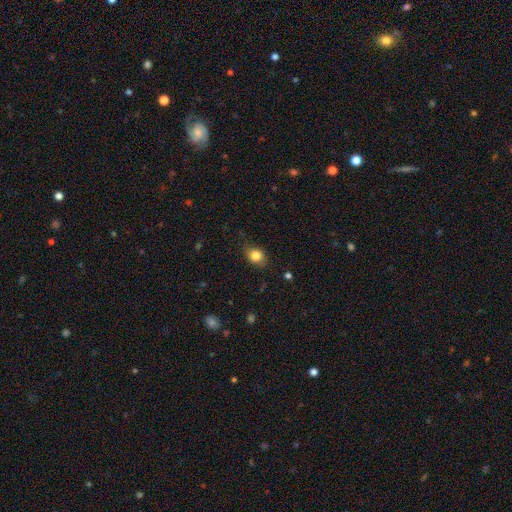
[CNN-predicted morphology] Smooth or featured?
  - smooth: 82% *
  - star or artifact: 10%
  - featured or disk: 8%
How rounded?
  - in between: 51% *
  - round: 48%
  - cigar-shaped: 1%
Merging?
  - none: 79% *
  - minor disturbance: 17%
  - major disturbance: 3%
  - merger: 1%